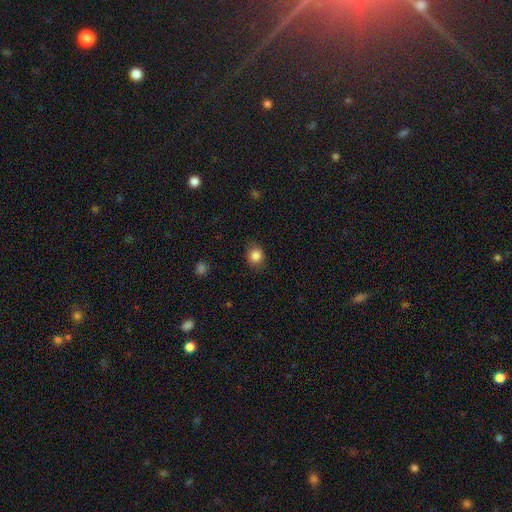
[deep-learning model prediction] This is clearly a smooth galaxy (85%). How rounded: likely round (76%). Merging: clearly none (85%).